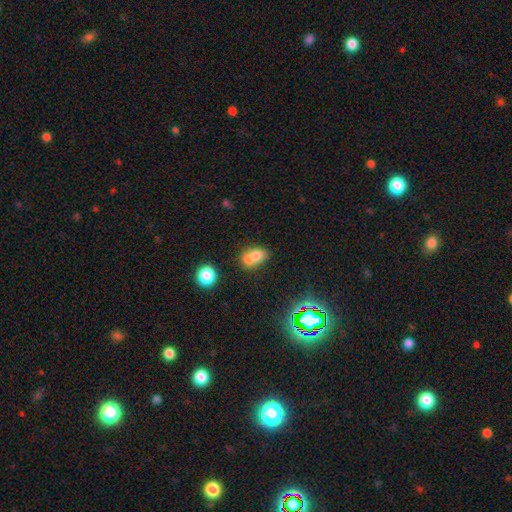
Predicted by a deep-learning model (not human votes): smooth 70%, featured or disk 17%, star or artifact 13%. Down the decision tree: how rounded — in between (71%); merging — merger (51%).